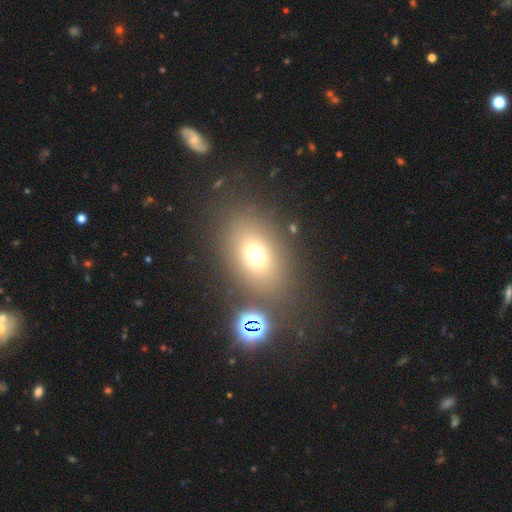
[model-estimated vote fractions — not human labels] Smooth or featured?
  - smooth: 68% *
  - star or artifact: 19%
  - featured or disk: 13%
How rounded?
  - in between: 65% *
  - round: 33%
  - cigar-shaped: 2%
Merging?
  - none: 78% *
  - minor disturbance: 9%
  - merger: 7%
  - major disturbance: 6%